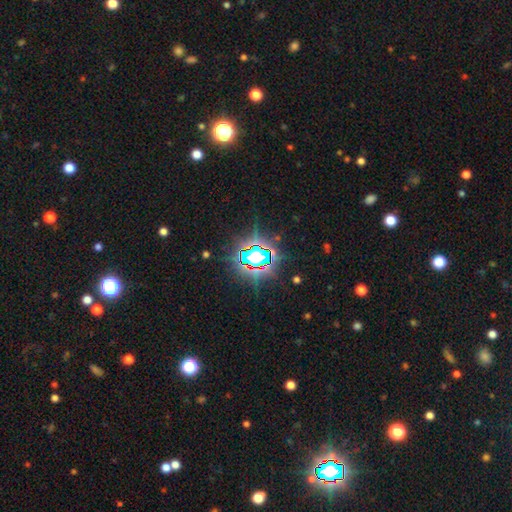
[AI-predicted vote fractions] A star or artifact, not a galaxy (76%).